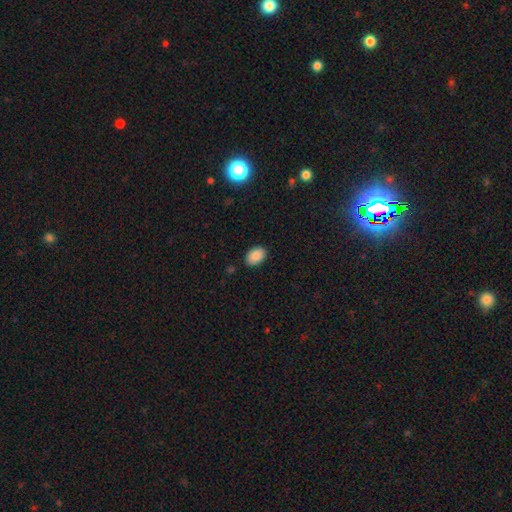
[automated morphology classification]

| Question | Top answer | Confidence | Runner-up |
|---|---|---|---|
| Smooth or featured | smooth | 89% | star or artifact (8%) |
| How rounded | in between | 87% | round (12%) |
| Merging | none | 87% | minor disturbance (10%) |